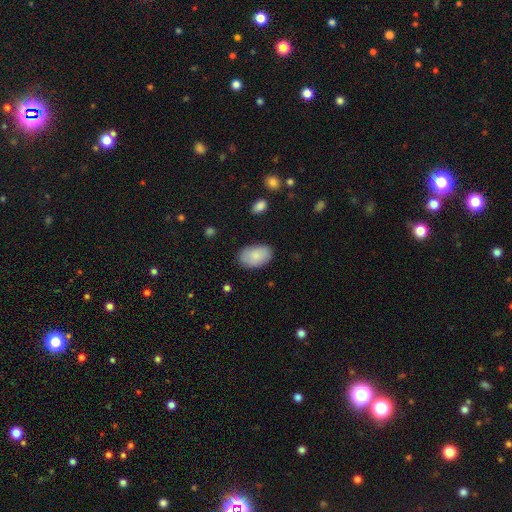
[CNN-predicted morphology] type=smooth (83%); roundness=in between (90%); merging=none (81%).